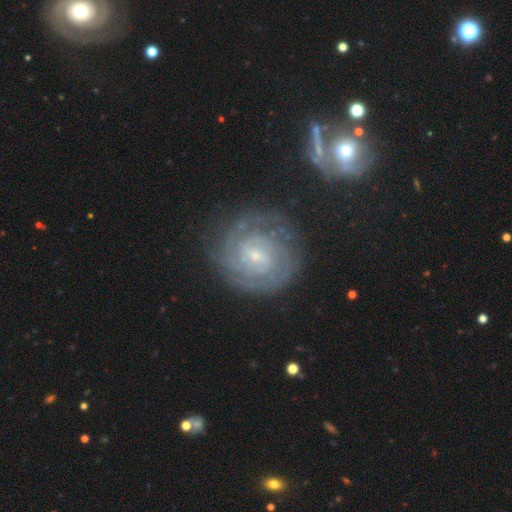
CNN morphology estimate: A featured or disk galaxy (85%) with a weak bar (49%), tight (79%) spiral arms (96%) and a small central bulge (72%).

Vote fractions:
- Smooth or featured? featured or disk: 85% / smooth: 9% / star or artifact: 6%
- Edge-on disk? no: 97% / yes: 3%
- Bar? weak: 49% / no: 37% / strong: 14%
- Spiral arms? yes: 96% / no: 4%
- Spiral winding? tight: 79% / medium: 17% / loose: 3%
- Spiral arm count? can't tell: 34% / 2: 24% / 3: 18% / 4: 12% / more than 4: 6% / 1: 6%
- Bulge size? small: 72% / moderate: 22% / none: 3% / large: 2% / dominant: 1%
- Merging? none: 78% / minor disturbance: 14% / major disturbance: 6% / merger: 3%